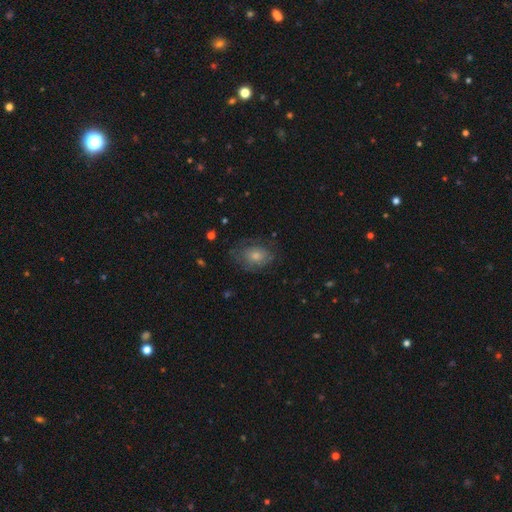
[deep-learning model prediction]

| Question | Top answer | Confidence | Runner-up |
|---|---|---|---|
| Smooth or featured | smooth | 47% | featured or disk (38%) |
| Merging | none | 71% | minor disturbance (19%) |